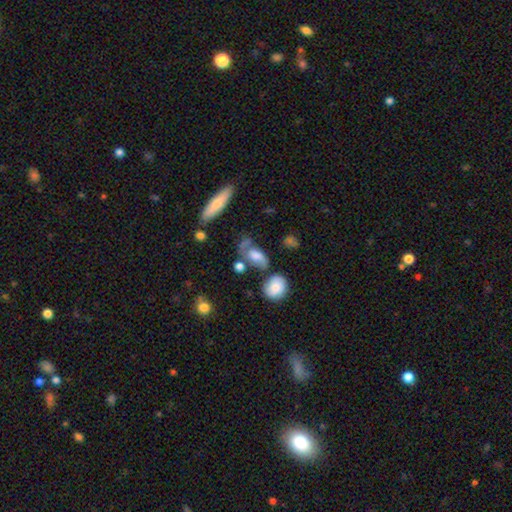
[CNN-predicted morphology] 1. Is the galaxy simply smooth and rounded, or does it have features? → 45% featured or disk, 44% smooth, 10% star or artifact.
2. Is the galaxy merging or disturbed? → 42% none, 24% minor disturbance, 21% major disturbance, 13% merger.